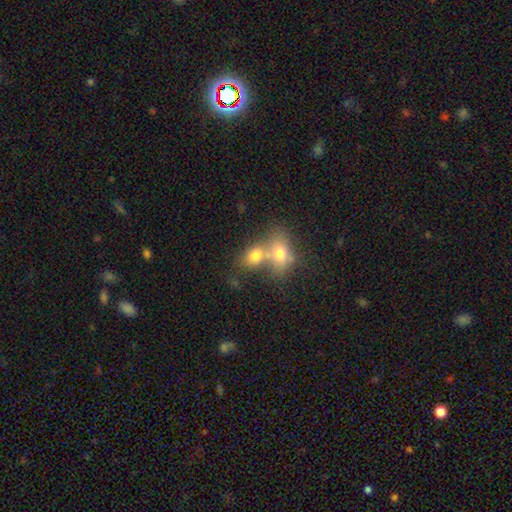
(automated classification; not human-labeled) Smooth or featured: smooth — 74% (featured or disk — 16%)
How rounded: in between — 68% (round — 30%)
Merging: merger — 67% (none — 22%)